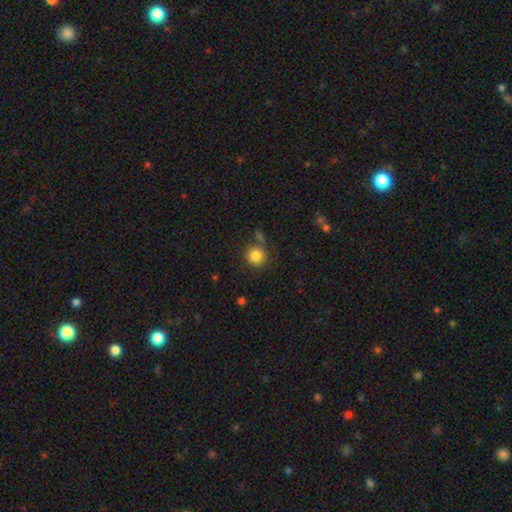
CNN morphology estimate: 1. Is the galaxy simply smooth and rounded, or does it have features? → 84% smooth, 11% star or artifact, 6% featured or disk.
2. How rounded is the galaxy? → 92% round, 7% in between, 1% cigar-shaped.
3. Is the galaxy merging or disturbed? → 75% none, 11% minor disturbance, 10% merger, 4% major disturbance.